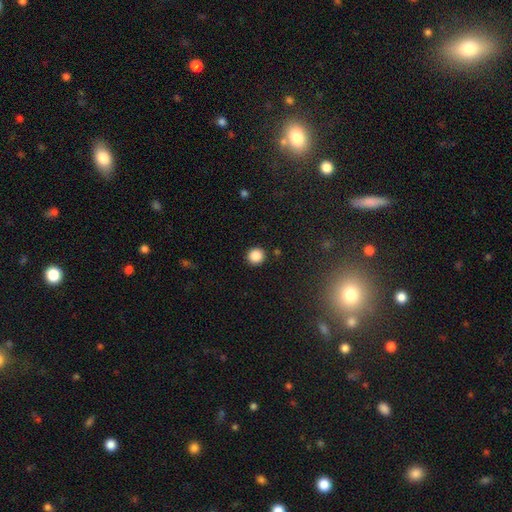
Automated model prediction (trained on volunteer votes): Smooth or featured? smooth (87%)
How rounded? round (94%)
Merging? none (91%)